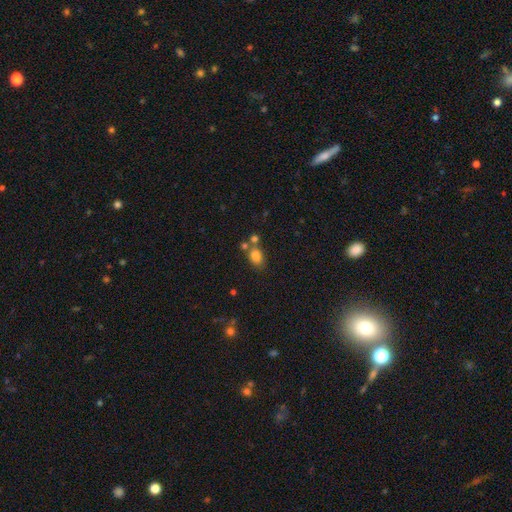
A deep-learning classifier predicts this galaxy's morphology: smooth_or_featured: smooth (p=0.81) [alt: star or artifact p=0.11]
how_rounded: in between (p=0.65) [alt: round p=0.33]
merging: none (p=0.59) [alt: merger p=0.24]